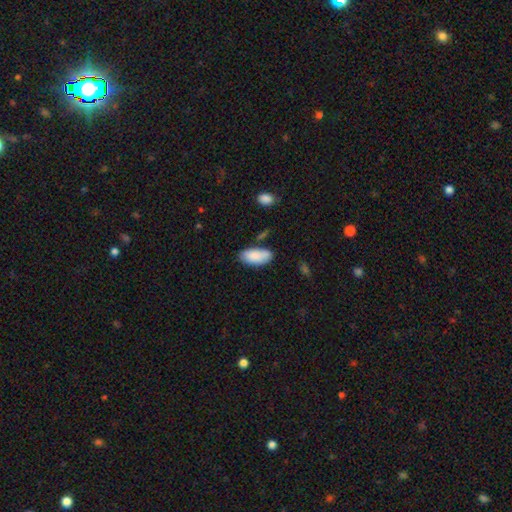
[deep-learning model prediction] This is clearly a smooth galaxy (86%). How rounded: clearly in between (91%). Merging: likely none (69%).